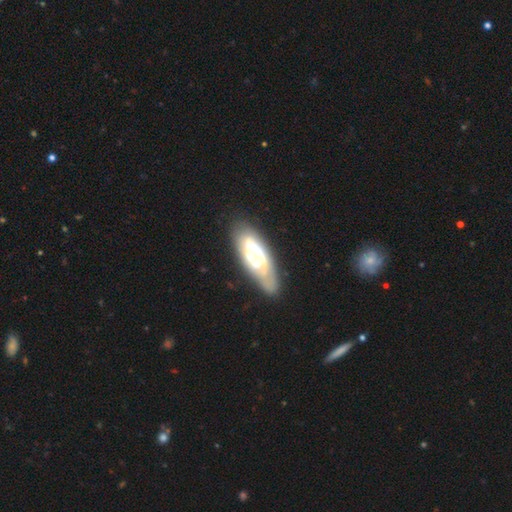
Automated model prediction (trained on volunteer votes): Smooth or featured? Predicted: featured or disk (p=0.62). Edge-on disk? Predicted: no (p=0.84). Bar? Predicted: no (p=0.79). Spiral arms? Predicted: yes (p=0.59). Bulge size? Predicted: moderate (p=0.38). Merging? Predicted: none (p=0.66).